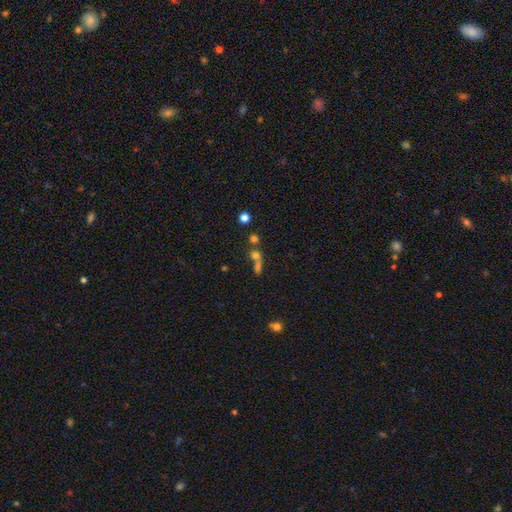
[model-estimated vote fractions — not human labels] This is likely a smooth galaxy (63%). How rounded: likely round (76%). Merging: possibly merger (50%).